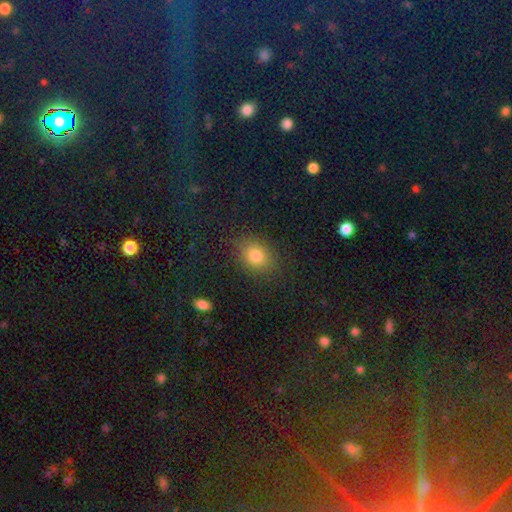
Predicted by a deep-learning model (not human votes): A smooth galaxy with no disk features (79%) that is in between round and cigar-shaped (58%).

Vote fractions:
- Smooth or featured? smooth: 79% / star or artifact: 13% / featured or disk: 8%
- How rounded? in between: 58% / round: 40% / cigar-shaped: 1%
- Merging? none: 84% / minor disturbance: 11% / major disturbance: 4% / merger: 1%